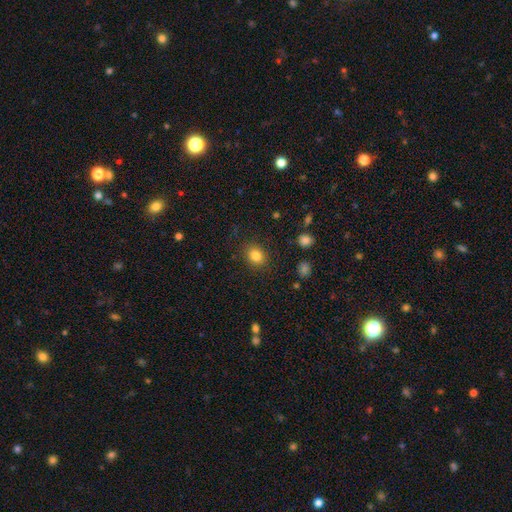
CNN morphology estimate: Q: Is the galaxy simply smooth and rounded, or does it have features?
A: smooth — 83%.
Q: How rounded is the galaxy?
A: round — 53%.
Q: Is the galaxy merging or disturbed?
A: none — 86%.